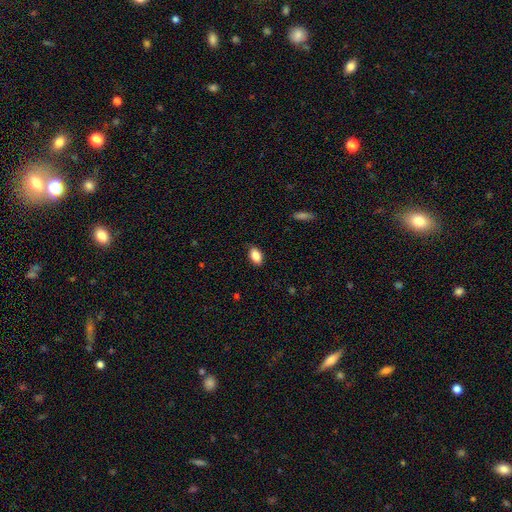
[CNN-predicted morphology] Smooth or featured: smooth — 87% (star or artifact — 8%)
How rounded: in between — 91% (round — 6%)
Merging: none — 85% (minor disturbance — 11%)